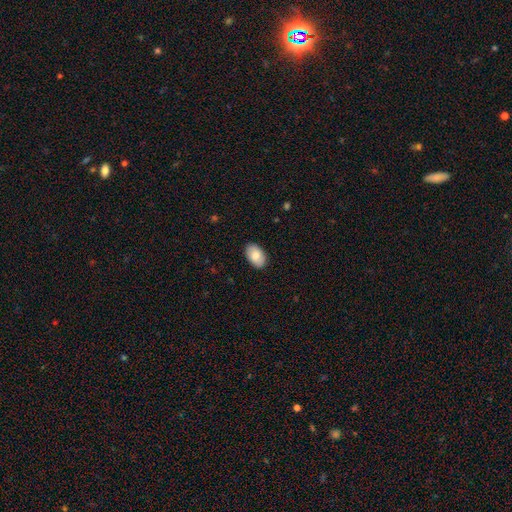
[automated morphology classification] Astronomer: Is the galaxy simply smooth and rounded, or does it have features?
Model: smooth — 82%.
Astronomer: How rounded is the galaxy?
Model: in between — 93%.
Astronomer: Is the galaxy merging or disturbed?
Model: none — 89%.